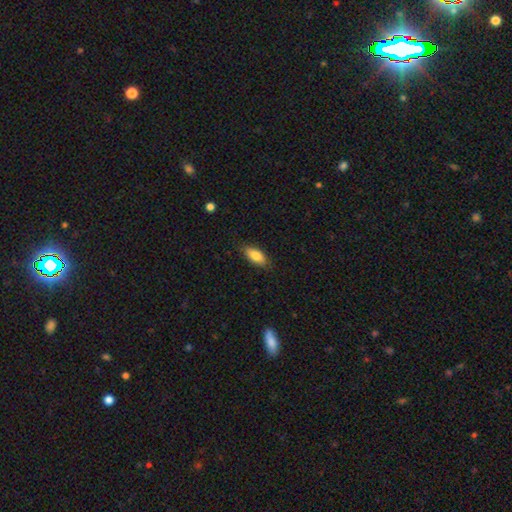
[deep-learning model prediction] Smooth or featured: smooth — 81% (featured or disk — 12%)
How rounded: in between — 84% (cigar-shaped — 13%)
Merging: none — 84% (minor disturbance — 13%)